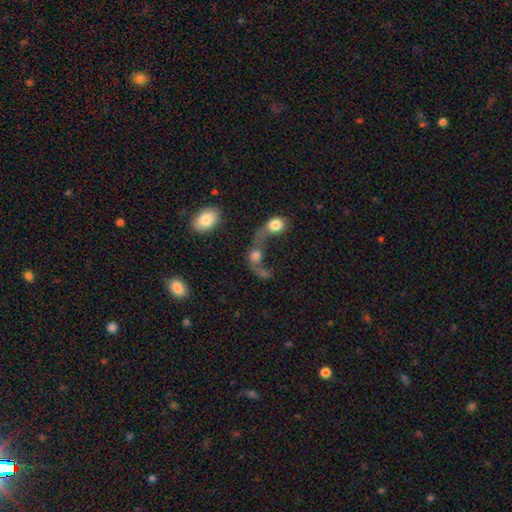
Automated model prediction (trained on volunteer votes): Morphology: type=smooth (62%); roundness=round (50%); merging=merger (66%).